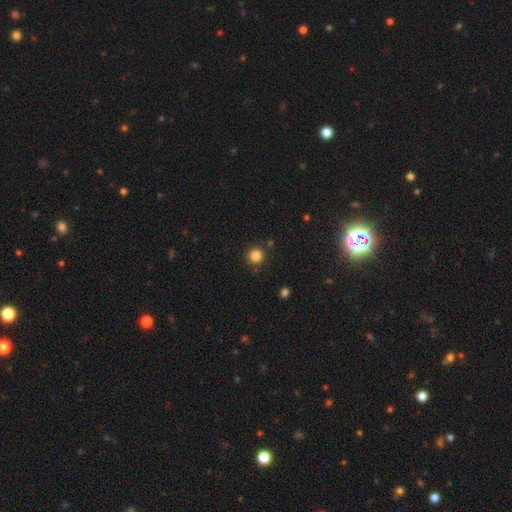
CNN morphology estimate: This is clearly a smooth galaxy (84%). How rounded: clearly round (94%). Merging: clearly none (87%).